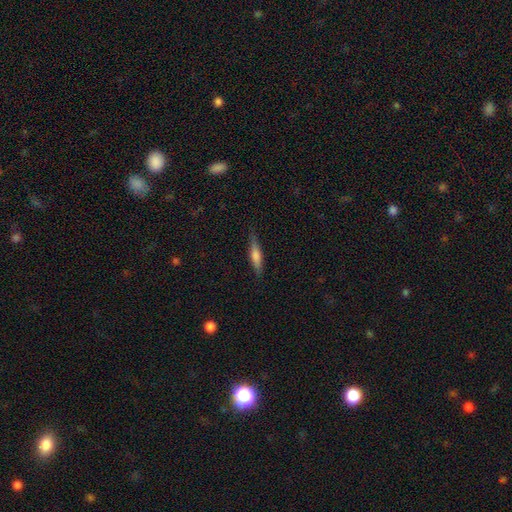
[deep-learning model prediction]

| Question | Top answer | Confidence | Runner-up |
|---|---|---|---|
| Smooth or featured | smooth | 62% | featured or disk (32%) |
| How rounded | cigar-shaped | 80% | in between (18%) |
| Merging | none | 83% | minor disturbance (13%) |